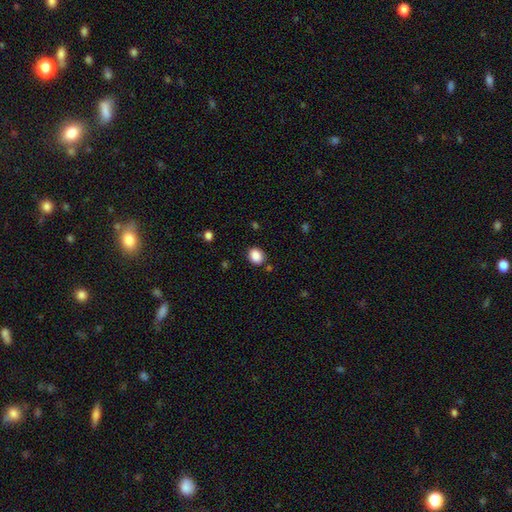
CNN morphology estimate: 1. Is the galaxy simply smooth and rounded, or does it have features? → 88% smooth, 9% star or artifact, 3% featured or disk.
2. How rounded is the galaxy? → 50% in between, 49% round, 1% cigar-shaped.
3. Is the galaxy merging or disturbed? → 84% none, 11% minor disturbance, 3% major disturbance, 3% merger.